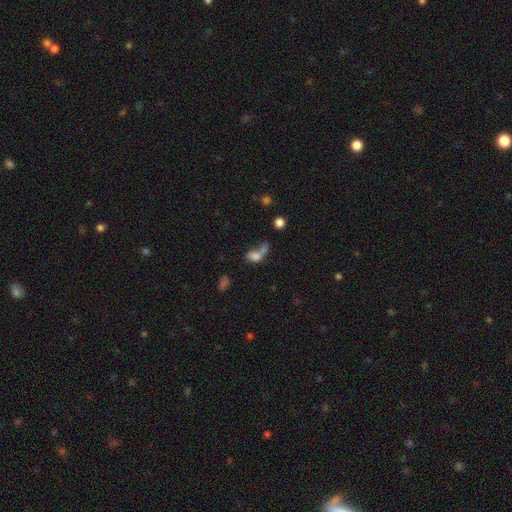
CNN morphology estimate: A smooth galaxy with no disk features (70%) that is in between round and cigar-shaped (72%).

Vote fractions:
- Smooth or featured? smooth: 70% / featured or disk: 17% / star or artifact: 14%
- How rounded? in between: 72% / round: 23% / cigar-shaped: 5%
- Merging? merger: 51% / none: 20% / major disturbance: 17% / minor disturbance: 11%